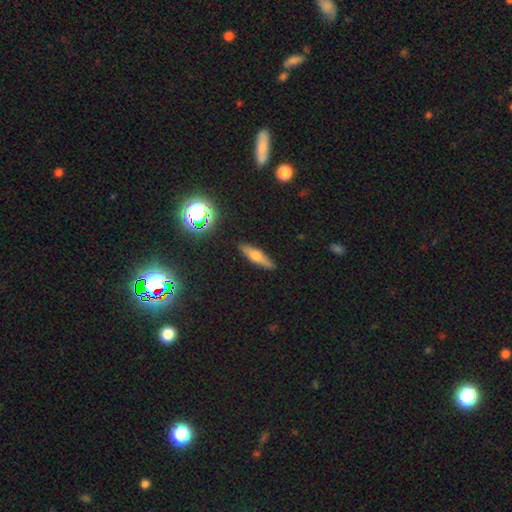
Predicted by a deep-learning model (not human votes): A smooth galaxy with no disk features (47%).

Vote fractions:
- Smooth or featured? smooth: 47% / featured or disk: 43% / star or artifact: 10%
- Merging? none: 88% / minor disturbance: 8% / major disturbance: 2% / merger: 1%